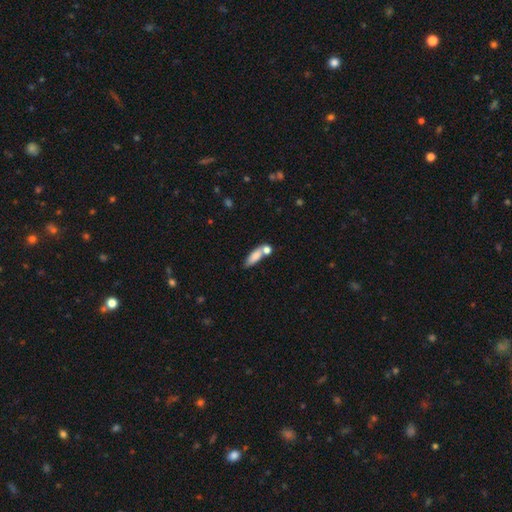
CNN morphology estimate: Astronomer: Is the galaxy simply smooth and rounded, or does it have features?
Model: smooth — 79%.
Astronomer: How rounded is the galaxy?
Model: in between — 58% (runner-up: cigar-shaped, 38%).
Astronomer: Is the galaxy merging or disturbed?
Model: none — 47% (runner-up: merger, 33%).